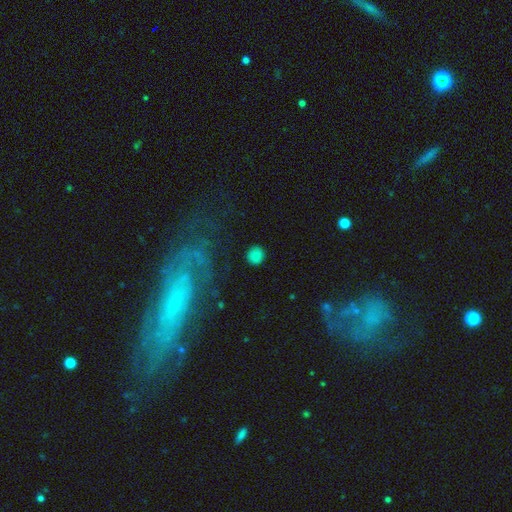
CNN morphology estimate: Smooth or featured? smooth (80%)
How rounded? round (88%)
Merging? none (86%)